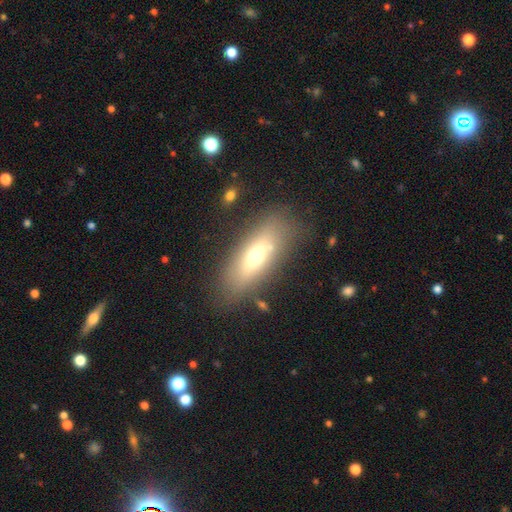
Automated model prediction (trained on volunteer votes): smooth_or_featured: smooth (p=0.58) [alt: featured or disk p=0.33]
how_rounded: in between (p=0.65) [alt: cigar-shaped p=0.32]
merging: none (p=0.77) [alt: minor disturbance p=0.14]